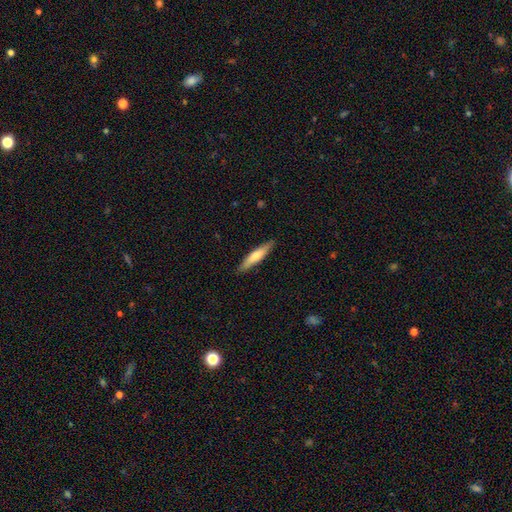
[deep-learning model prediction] Smooth or featured?
  - smooth: 58% *
  - featured or disk: 36%
  - star or artifact: 5%
How rounded?
  - cigar-shaped: 87% *
  - in between: 12%
  - round: 1%
Merging?
  - none: 89% *
  - minor disturbance: 9%
  - major disturbance: 2%
  - merger: 1%